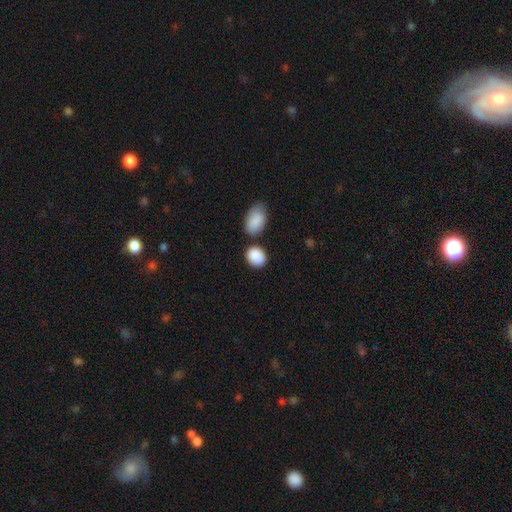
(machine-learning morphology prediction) This appears to be a smooth galaxy with no disk features (89%) that is in between round and cigar-shaped (57%). Merging: none (70%).